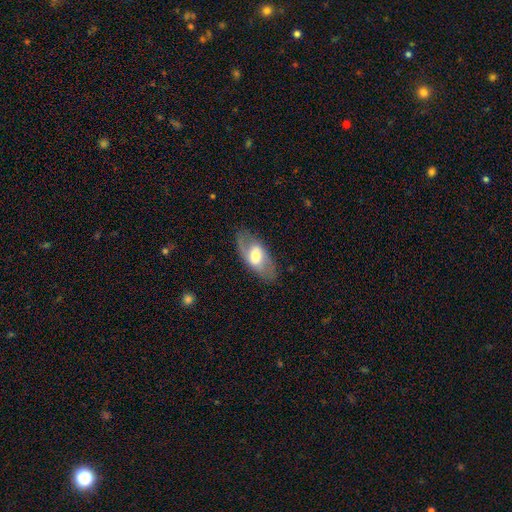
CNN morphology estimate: A featured or disk galaxy (54%). Merging: none (79%).